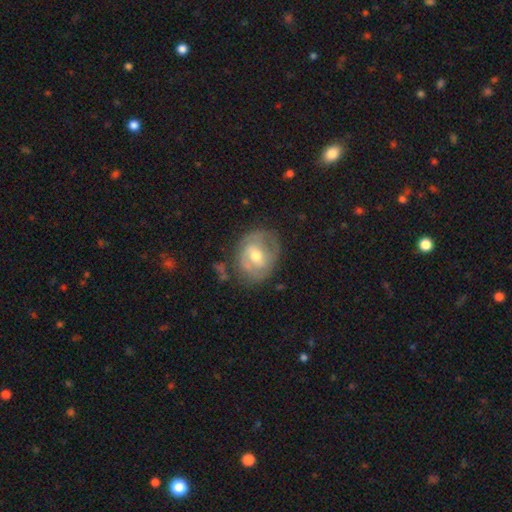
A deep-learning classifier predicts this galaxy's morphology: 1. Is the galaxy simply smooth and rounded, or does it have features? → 65% featured or disk, 29% smooth, 6% star or artifact.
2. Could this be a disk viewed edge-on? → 96% no, 4% yes.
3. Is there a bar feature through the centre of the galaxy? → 44% no, 42% weak, 14% strong.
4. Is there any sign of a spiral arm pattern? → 65% yes, 35% no.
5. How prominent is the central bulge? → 73% moderate, 18% small, 7% large, 1% none, 1% dominant.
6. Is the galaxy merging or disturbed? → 62% none, 24% minor disturbance, 11% major disturbance, 2% merger.